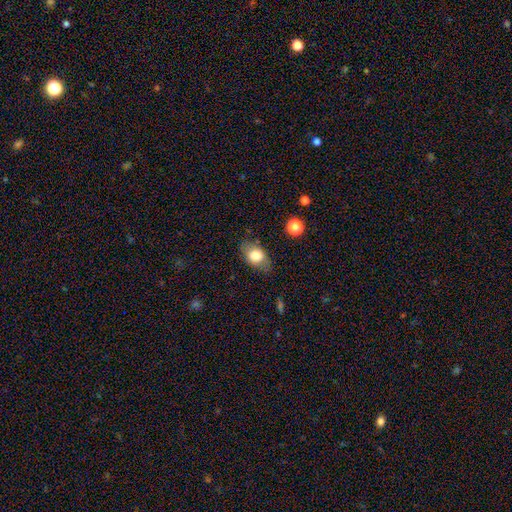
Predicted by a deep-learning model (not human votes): Morphology: type=smooth (74%); roundness=in between (78%); merging=none (75%).